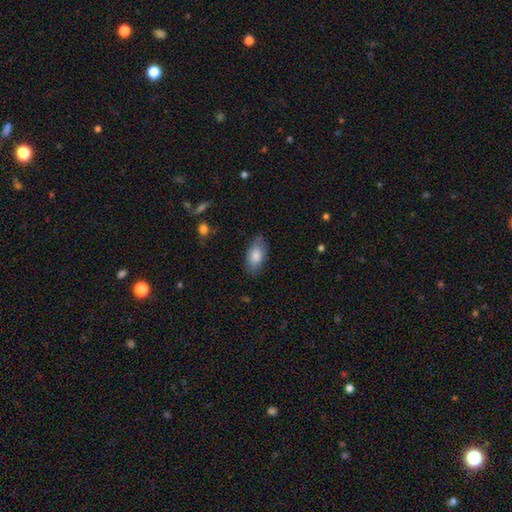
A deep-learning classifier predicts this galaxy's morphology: smooth 83%, featured or disk 11%, star or artifact 6%. Down the decision tree: how rounded — in between (92%); merging — none (76%).